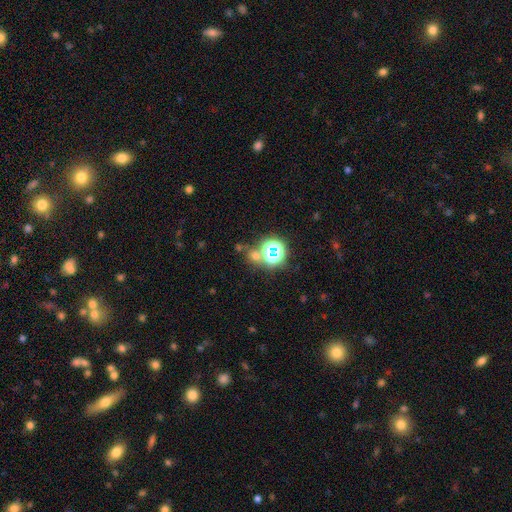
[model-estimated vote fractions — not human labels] Smooth or featured? star or artifact (47%)